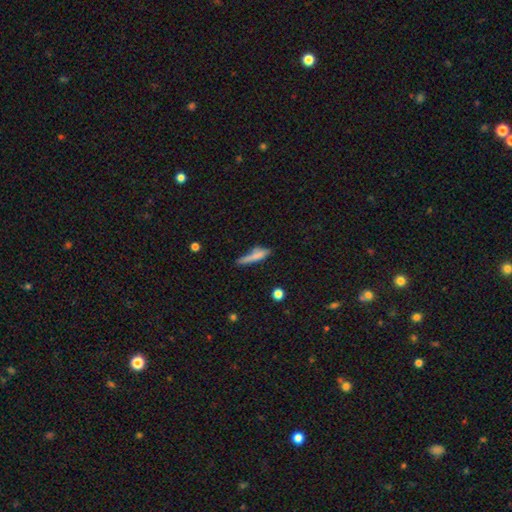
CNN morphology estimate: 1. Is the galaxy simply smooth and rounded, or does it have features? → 69% smooth, 22% featured or disk, 9% star or artifact.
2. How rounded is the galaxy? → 79% cigar-shaped, 19% in between, 3% round.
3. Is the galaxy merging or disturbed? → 46% none, 30% minor disturbance, 13% major disturbance, 11% merger.